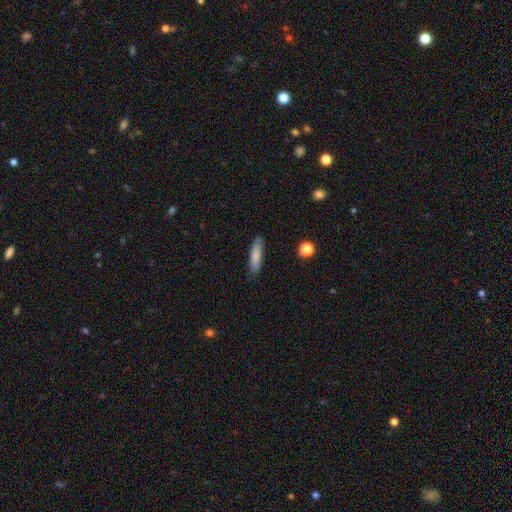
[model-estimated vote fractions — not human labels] Smooth or featured? smooth (83%)
How rounded? cigar-shaped (73%)
Merging? none (86%)